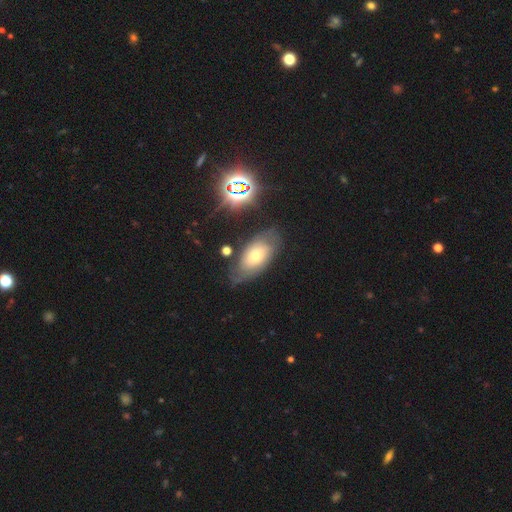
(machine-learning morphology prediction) Q: Smooth or featured?
A: featured or disk (45%); runner-up: smooth (41%)
Q: Merging?
A: none (65%); runner-up: minor disturbance (23%)